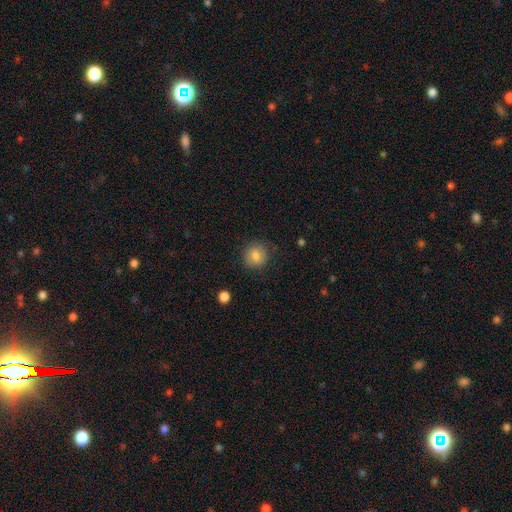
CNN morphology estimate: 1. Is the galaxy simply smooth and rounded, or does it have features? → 81% smooth, 10% featured or disk, 9% star or artifact.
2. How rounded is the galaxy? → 83% round, 16% in between, 1% cigar-shaped.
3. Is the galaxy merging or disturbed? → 84% none, 12% minor disturbance, 4% major disturbance, 1% merger.